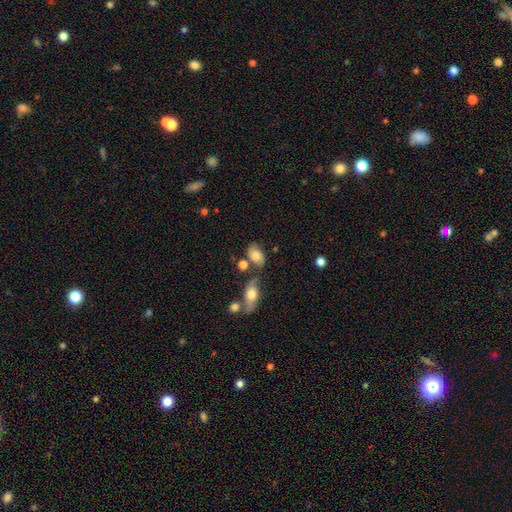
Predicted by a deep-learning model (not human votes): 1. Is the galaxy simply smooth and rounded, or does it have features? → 66% smooth, 25% featured or disk, 9% star or artifact.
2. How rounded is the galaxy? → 85% in between, 13% round, 2% cigar-shaped.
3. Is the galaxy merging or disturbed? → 52% none, 22% minor disturbance, 17% merger, 9% major disturbance.